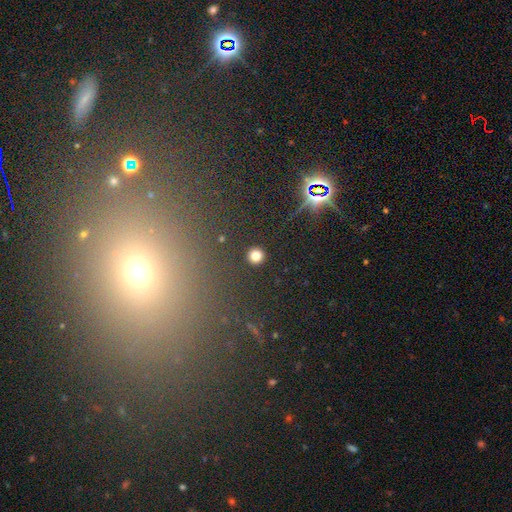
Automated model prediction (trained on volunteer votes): Smooth or featured? Predicted: smooth (p=0.81). How rounded? Predicted: round (p=0.93). Merging? Predicted: none (p=0.92).